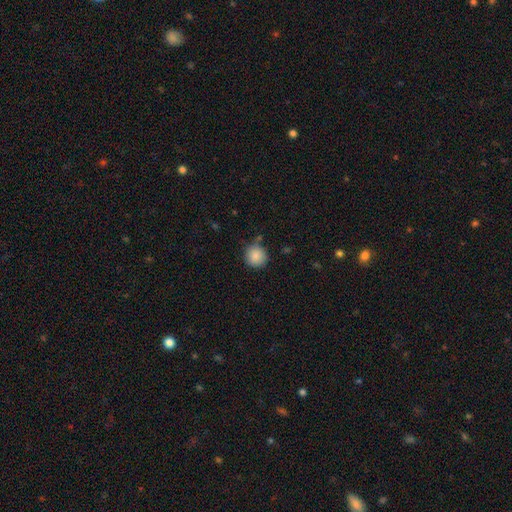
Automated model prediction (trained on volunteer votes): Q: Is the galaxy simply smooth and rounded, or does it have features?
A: smooth — 88%.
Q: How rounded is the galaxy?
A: round — 92%.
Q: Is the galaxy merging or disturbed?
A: none — 78%.